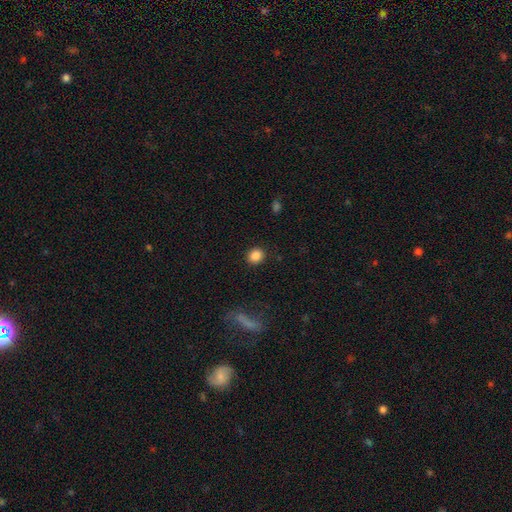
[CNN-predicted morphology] smooth 86%, star or artifact 10%, featured or disk 4%. Down the decision tree: how rounded — round (79%); merging — none (90%).